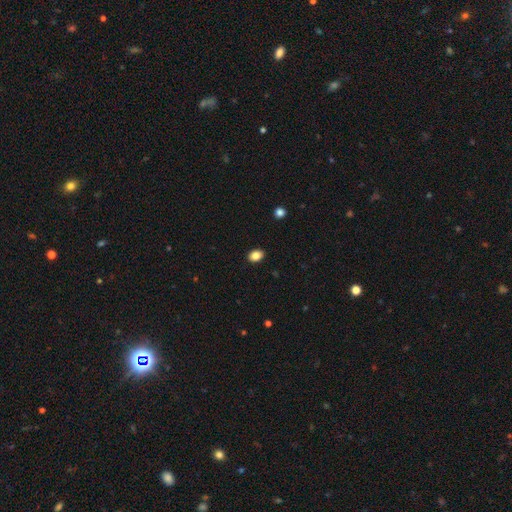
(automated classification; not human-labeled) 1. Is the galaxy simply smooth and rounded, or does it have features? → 86% smooth, 9% star or artifact, 4% featured or disk.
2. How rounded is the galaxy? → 73% in between, 26% round, 1% cigar-shaped.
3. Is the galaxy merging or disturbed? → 90% none, 7% minor disturbance, 2% major disturbance, 1% merger.